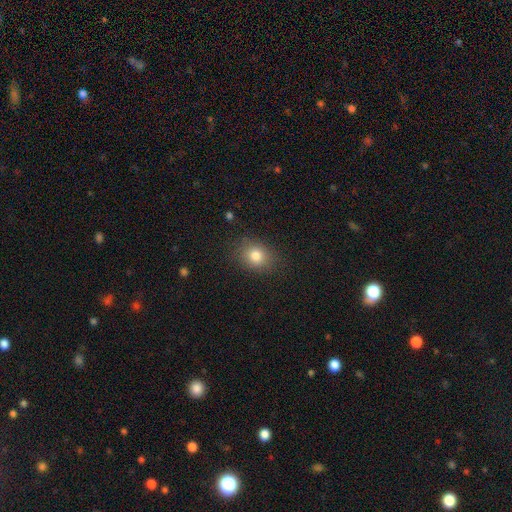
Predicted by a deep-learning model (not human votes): Smooth or featured?
  - smooth: 80% *
  - star or artifact: 12%
  - featured or disk: 8%
How rounded?
  - round: 58% *
  - in between: 41%
  - cigar-shaped: 1%
Merging?
  - none: 83% *
  - minor disturbance: 12%
  - major disturbance: 4%
  - merger: 1%